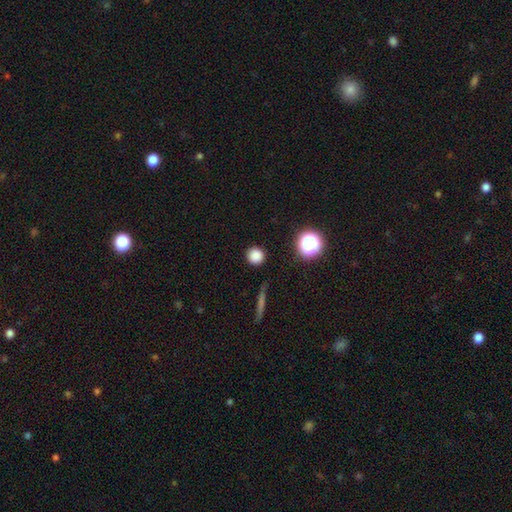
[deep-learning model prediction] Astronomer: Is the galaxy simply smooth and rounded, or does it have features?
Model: smooth — 82%.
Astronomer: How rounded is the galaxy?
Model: round — 94%.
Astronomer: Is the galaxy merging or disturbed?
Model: none — 90%.